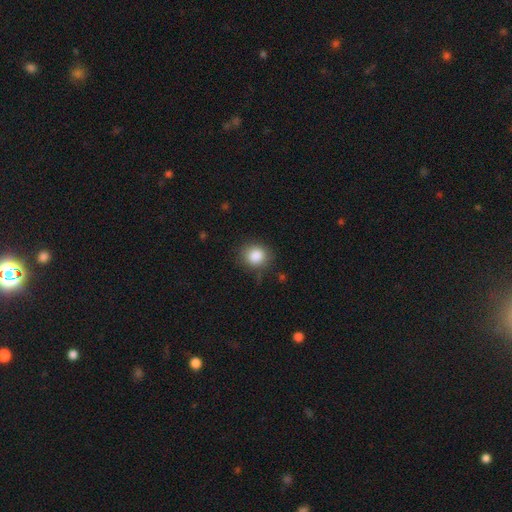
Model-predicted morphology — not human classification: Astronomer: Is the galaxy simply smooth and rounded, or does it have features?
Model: smooth — 86%.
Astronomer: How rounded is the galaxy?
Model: round — 81%.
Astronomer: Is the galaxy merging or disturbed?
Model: none — 80%.